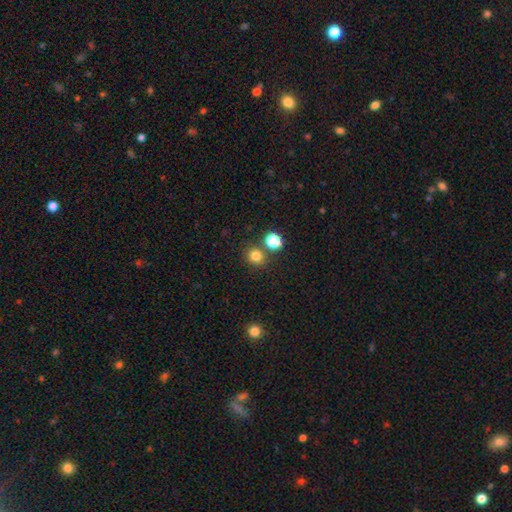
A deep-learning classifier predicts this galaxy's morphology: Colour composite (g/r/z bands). It shows a smooth galaxy with no disk features (79%) that is round (82%). Merging: none (74%).